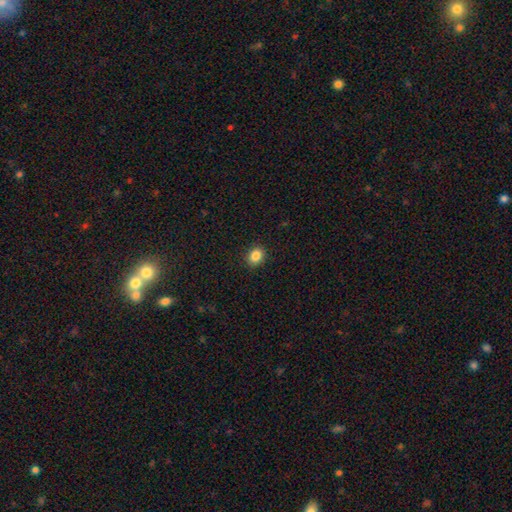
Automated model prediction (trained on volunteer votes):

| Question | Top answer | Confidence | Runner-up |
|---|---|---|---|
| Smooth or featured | smooth | 86% | star or artifact (10%) |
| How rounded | in between | 50% | round (49%) |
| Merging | none | 90% | minor disturbance (7%) |